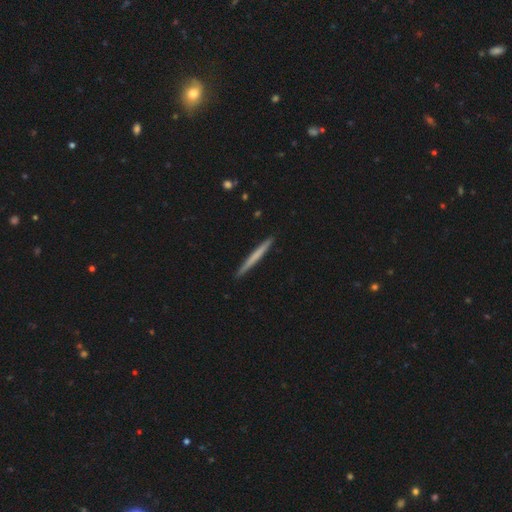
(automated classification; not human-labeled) This appears to be a smooth galaxy with no disk features (57%) that is cigar-shaped (97%). Merging: none (92%).